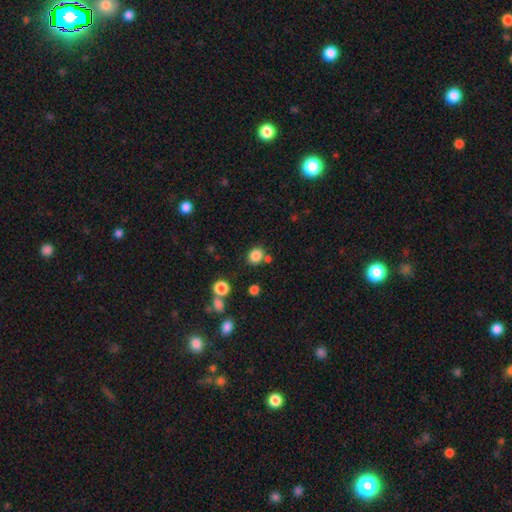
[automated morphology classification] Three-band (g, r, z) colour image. It shows a smooth galaxy with no disk features (84%) that is round (60%). Merging: none (74%).